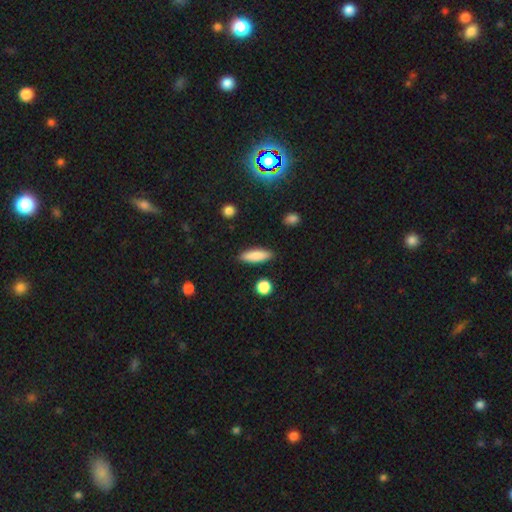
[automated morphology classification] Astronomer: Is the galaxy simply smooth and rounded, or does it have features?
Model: smooth — 85%.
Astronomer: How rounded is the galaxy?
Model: cigar-shaped — 56% (runner-up: in between, 41%).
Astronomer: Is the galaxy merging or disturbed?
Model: none — 89%.